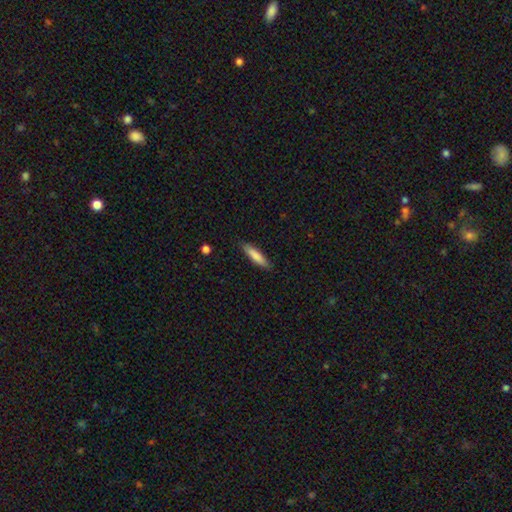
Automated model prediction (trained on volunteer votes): Overall: smooth (82%). How rounded: cigar-shaped (79%). Merging: none (87%).